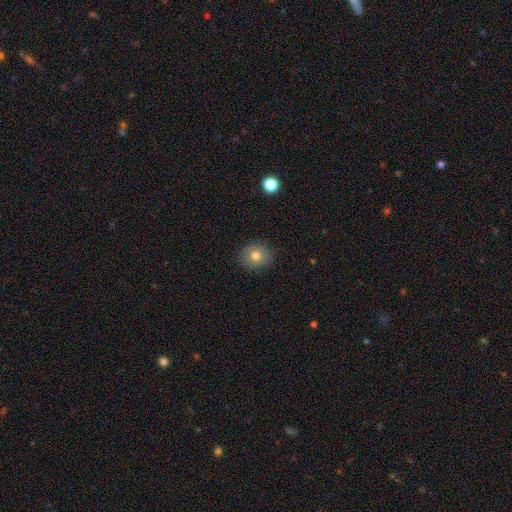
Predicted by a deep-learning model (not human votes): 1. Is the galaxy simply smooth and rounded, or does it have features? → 76% smooth, 14% featured or disk, 11% star or artifact.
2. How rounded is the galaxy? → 76% round, 23% in between, 1% cigar-shaped.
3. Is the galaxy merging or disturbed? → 88% none, 9% minor disturbance, 2% major disturbance, 1% merger.